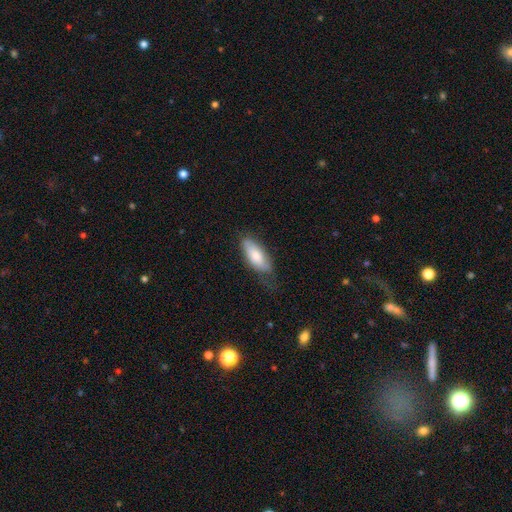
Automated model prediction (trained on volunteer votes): Overall: smooth (75%). How rounded: in between (78%). Merging: none (54%; minor disturbance 33%).